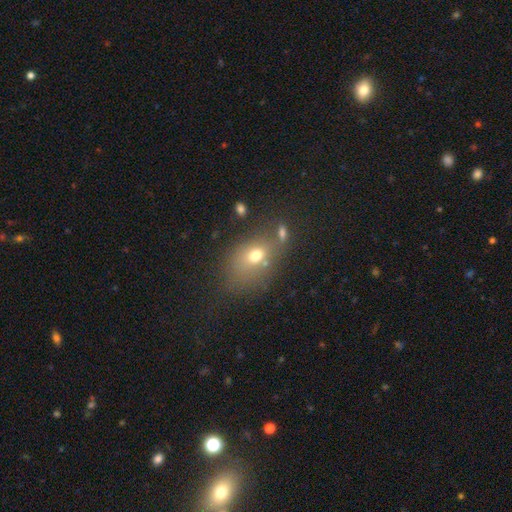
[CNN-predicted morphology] Overall: smooth (68%). How rounded: in between (70%). Merging: none (51%; minor disturbance 19%).